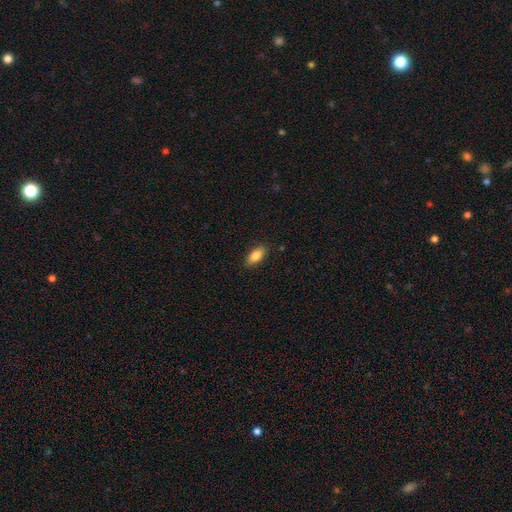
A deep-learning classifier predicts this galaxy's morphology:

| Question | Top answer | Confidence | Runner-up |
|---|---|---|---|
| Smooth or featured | smooth | 84% | featured or disk (9%) |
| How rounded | in between | 87% | cigar-shaped (10%) |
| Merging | none | 85% | minor disturbance (11%) |